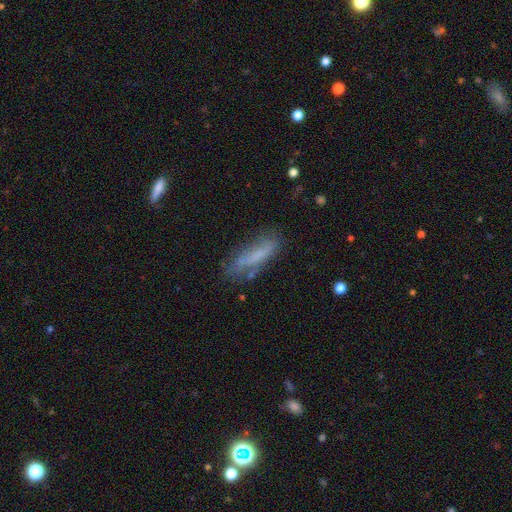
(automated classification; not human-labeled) Overall: smooth (60%; featured or disk 30%). How rounded: cigar-shaped (68%; in between 30%). Merging: none (60%; minor disturbance 25%).